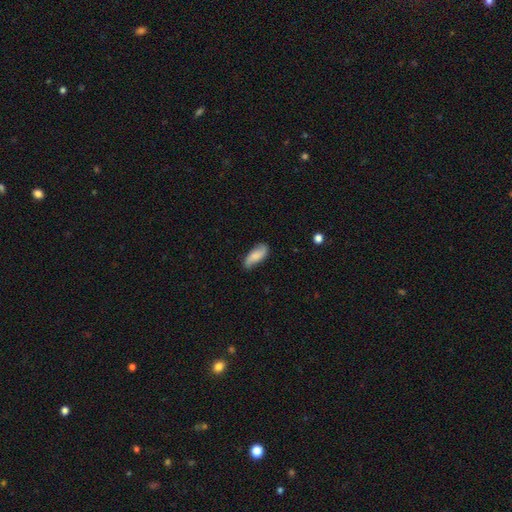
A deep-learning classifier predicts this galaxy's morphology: A smooth galaxy with no disk features (64%) that is in between round and cigar-shaped (75%).

Vote fractions:
- Smooth or featured? smooth: 64% / featured or disk: 29% / star or artifact: 7%
- How rounded? in between: 75% / cigar-shaped: 22% / round: 2%
- Merging? none: 78% / minor disturbance: 18% / major disturbance: 3% / merger: 1%